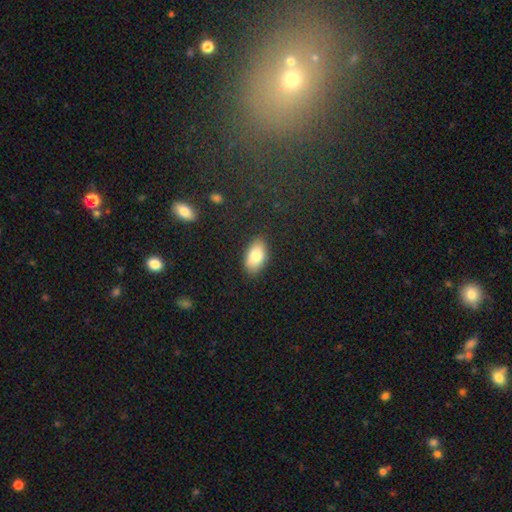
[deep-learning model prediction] This is clearly a smooth galaxy (81%). How rounded: clearly in between (93%). Merging: clearly none (86%).